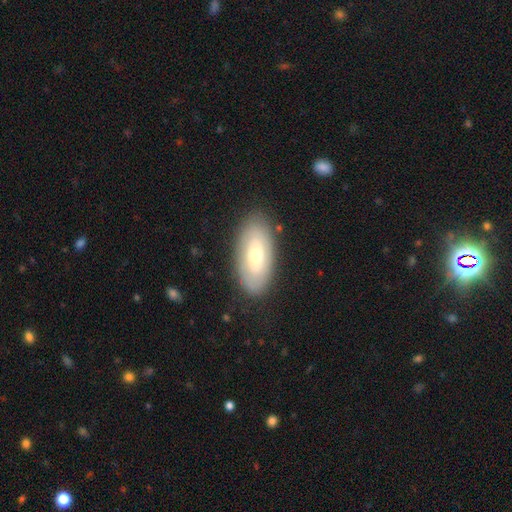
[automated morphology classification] smooth 48%, featured or disk 46%, star or artifact 6%. Down the decision tree: merging — none (84%).